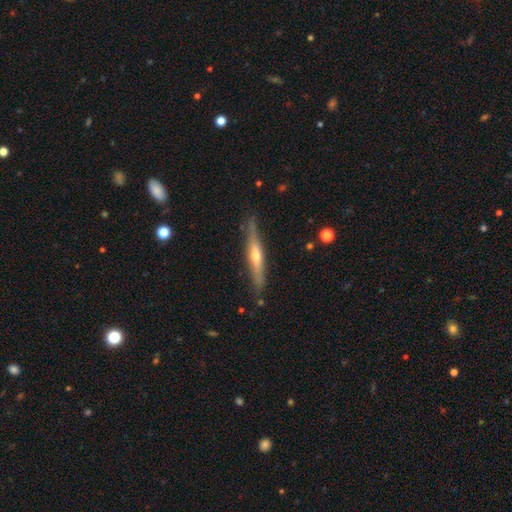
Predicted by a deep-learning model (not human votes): Smooth or featured? Predicted: featured or disk (p=0.62). Edge-on disk? Predicted: yes (p=0.94). Edge-on bulge? Predicted: rounded (p=0.76). Merging? Predicted: none (p=0.85).